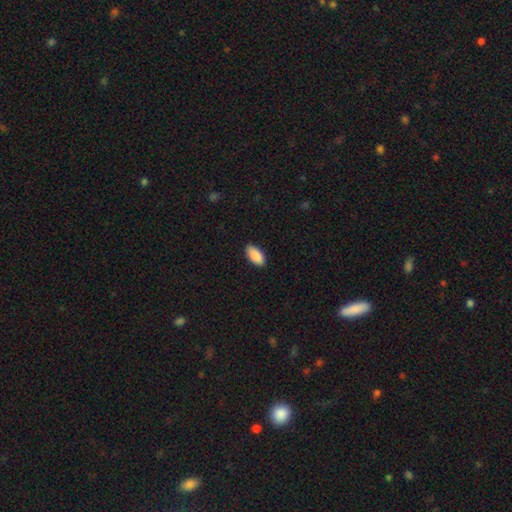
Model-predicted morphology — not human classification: smooth-or-featured: smooth: 91% | star or artifact: 6% | featured or disk: 3%
  how-rounded: in between: 93% | cigar-shaped: 6% | round: 2%
  merging: none: 89% | minor disturbance: 8% | major disturbance: 2% | merger: 1%